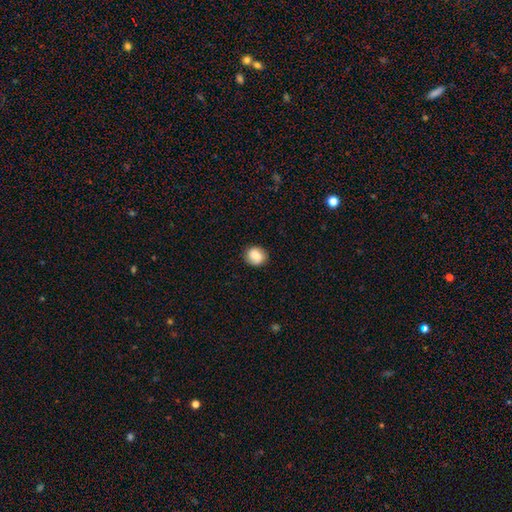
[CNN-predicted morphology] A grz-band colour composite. It shows a smooth galaxy with no disk features (81%) that is round (78%). Merging: none (85%).